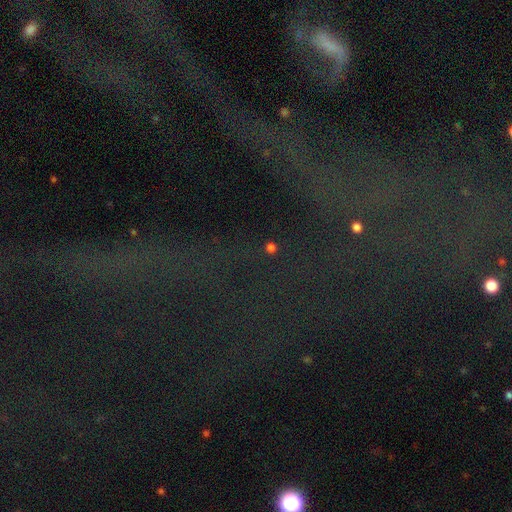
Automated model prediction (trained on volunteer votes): Smooth or featured: star or artifact — 75% (featured or disk — 14%)